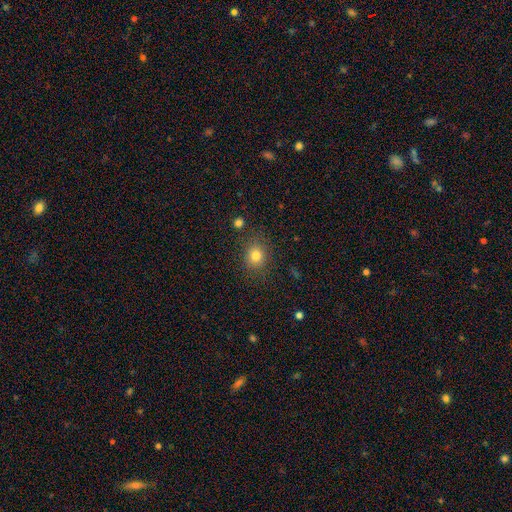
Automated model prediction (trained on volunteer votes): Morphology: type=smooth (80%); roundness=round (70%); merging=none (83%).